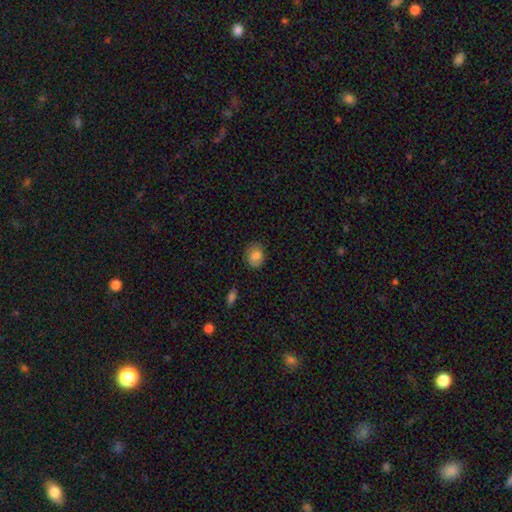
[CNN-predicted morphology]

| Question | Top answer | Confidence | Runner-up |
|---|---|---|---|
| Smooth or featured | smooth | 82% | star or artifact (9%) |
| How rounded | round | 60% | in between (39%) |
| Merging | none | 80% | minor disturbance (16%) |